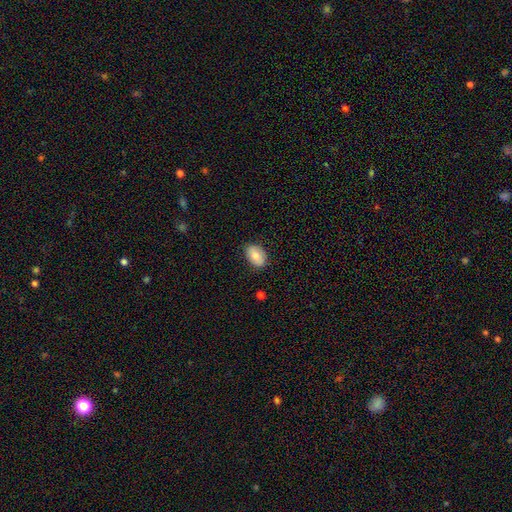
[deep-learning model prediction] Smooth or featured? Predicted: smooth (p=0.80). How rounded? Predicted: in between (p=0.87). Merging? Predicted: none (p=0.83).